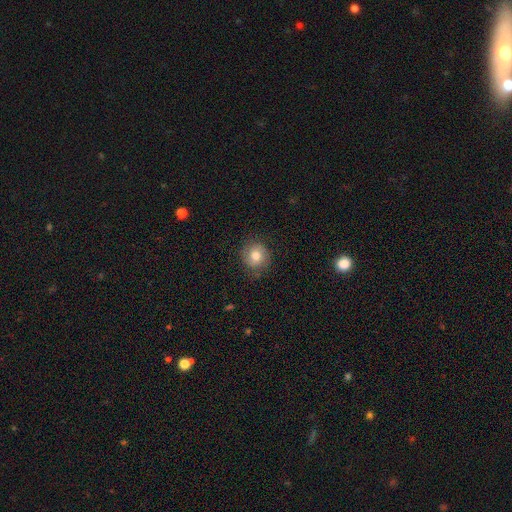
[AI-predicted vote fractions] Q: Smooth or featured?
A: smooth (75%); runner-up: featured or disk (16%)
Q: How rounded?
A: round (87%); runner-up: in between (12%)
Q: Merging?
A: none (81%); runner-up: minor disturbance (14%)